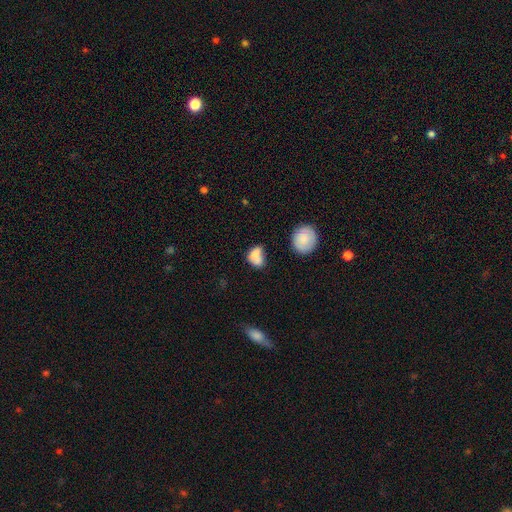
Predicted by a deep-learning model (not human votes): smooth_or_featured: smooth (p=0.74) [alt: featured or disk p=0.16]
how_rounded: in between (p=0.68) [alt: round p=0.30]
merging: merger (p=0.42) [alt: none p=0.30]